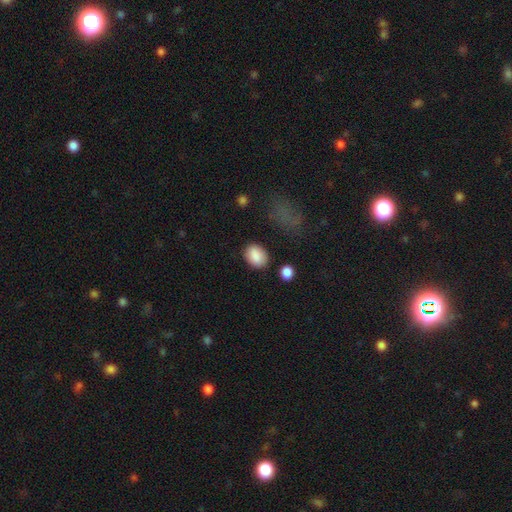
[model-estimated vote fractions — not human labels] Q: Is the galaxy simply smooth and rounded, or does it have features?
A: smooth — 89%.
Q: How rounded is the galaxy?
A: in between — 72%.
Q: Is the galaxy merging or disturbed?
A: none — 80%.